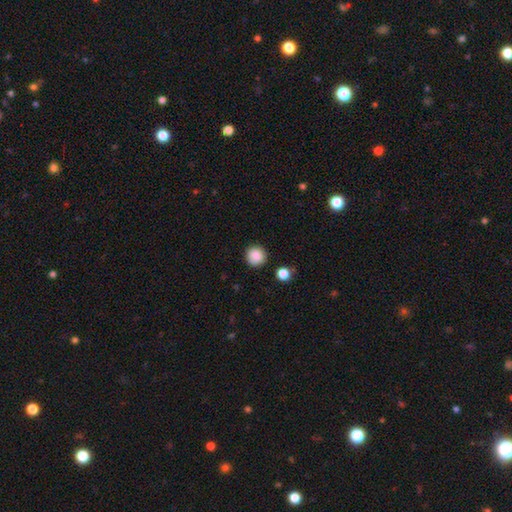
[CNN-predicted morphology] This appears to be a smooth galaxy with no disk features (87%) that is round (93%). Merging: none (87%).